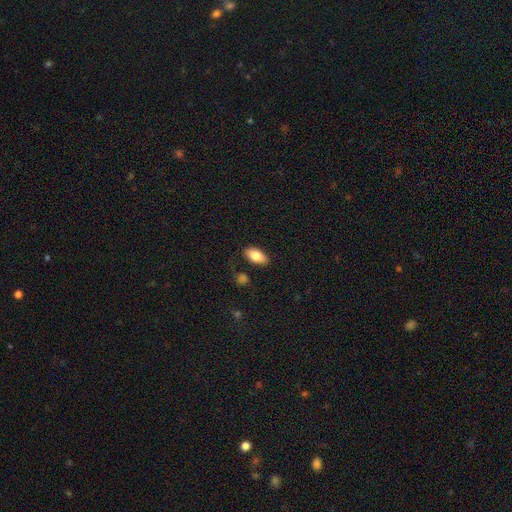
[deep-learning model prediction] Smooth or featured? Predicted: smooth (p=0.82). How rounded? Predicted: in between (p=0.92). Merging? Predicted: none (p=0.83).